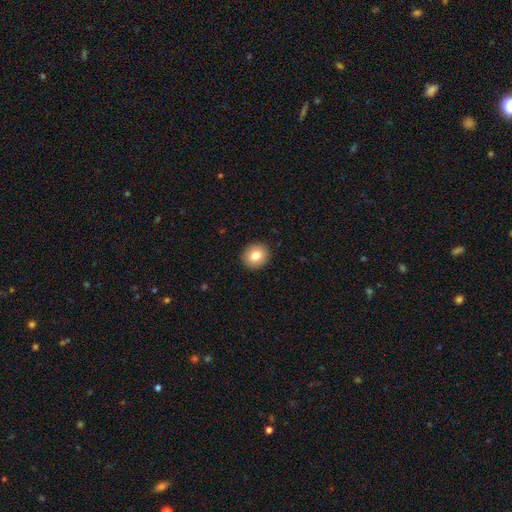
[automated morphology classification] smooth_or_featured: smooth (p=0.81) [alt: featured or disk p=0.10]
how_rounded: round (p=0.86) [alt: in between p=0.13]
merging: none (p=0.92) [alt: minor disturbance p=0.05]